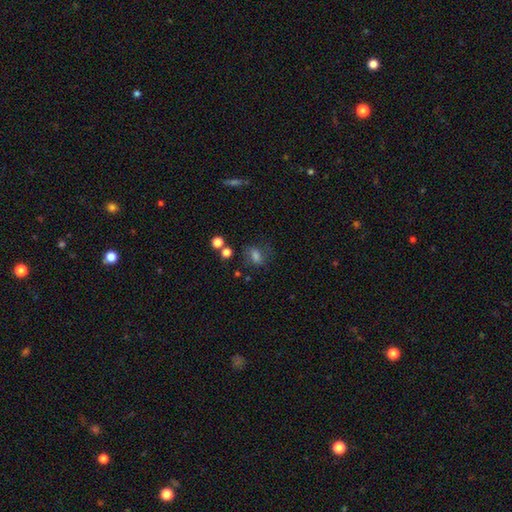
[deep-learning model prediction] The model was most divided on "how rounded": in between: 68%, round: 29%, cigar-shaped: 3%. More confident: smooth or featured — smooth (67%); merging — none (63%).